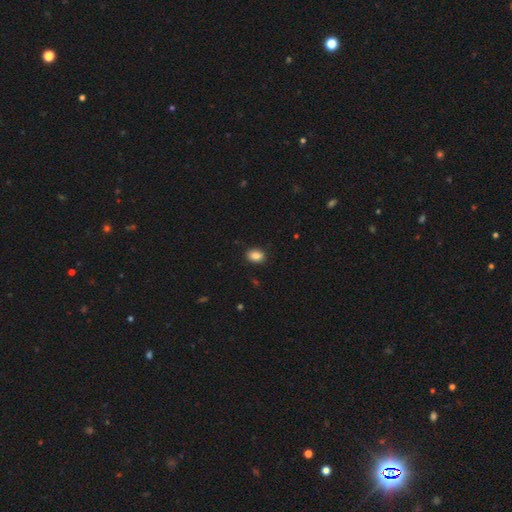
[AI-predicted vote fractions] A smooth galaxy with no disk features (88%) that is in between round and cigar-shaped (75%).

Vote fractions:
- Smooth or featured? smooth: 88% / star or artifact: 9% / featured or disk: 4%
- How rounded? in between: 75% / round: 23% / cigar-shaped: 1%
- Merging? none: 89% / minor disturbance: 8% / major disturbance: 2% / merger: 1%